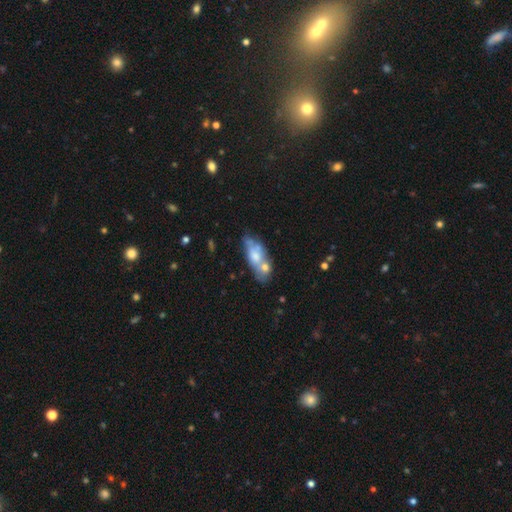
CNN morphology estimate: A smooth galaxy with no disk features (54%) that is in between round and cigar-shaped (80%). Merging: merger (38%).